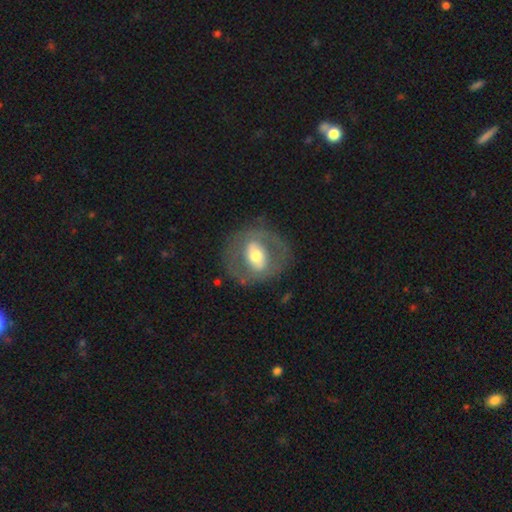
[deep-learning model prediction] Smooth or featured?
  - featured or disk: 60% *
  - smooth: 34%
  - star or artifact: 6%
Edge-on disk?
  - no: 91% *
  - yes: 9%
Bar?
  - strong: 37% *
  - no: 34%
  - weak: 29%
Spiral arms?
  - no: 78% *
  - yes: 22%
Bulge size?
  - moderate: 59% *
  - large: 24%
  - small: 13%
  - dominant: 2%
  - none: 1%
Merging?
  - none: 75% *
  - minor disturbance: 13%
  - major disturbance: 11%
  - merger: 1%